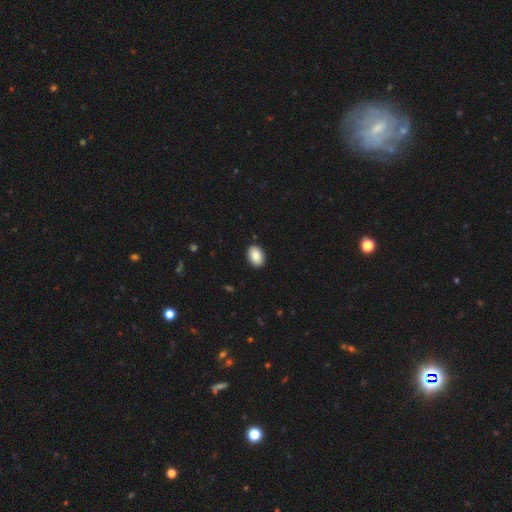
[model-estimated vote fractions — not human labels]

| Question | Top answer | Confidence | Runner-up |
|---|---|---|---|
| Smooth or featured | smooth | 87% | star or artifact (7%) |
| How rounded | in between | 85% | round (14%) |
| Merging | none | 91% | minor disturbance (7%) |